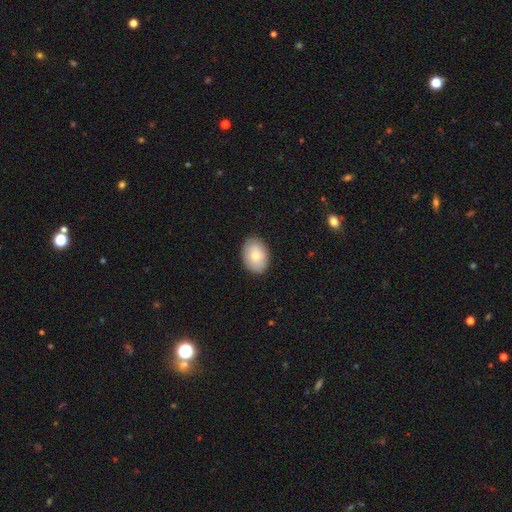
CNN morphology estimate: smooth_or_featured: smooth (p=0.80) [alt: featured or disk p=0.13]
how_rounded: in between (p=0.81) [alt: round p=0.18]
merging: none (p=0.88) [alt: minor disturbance p=0.09]